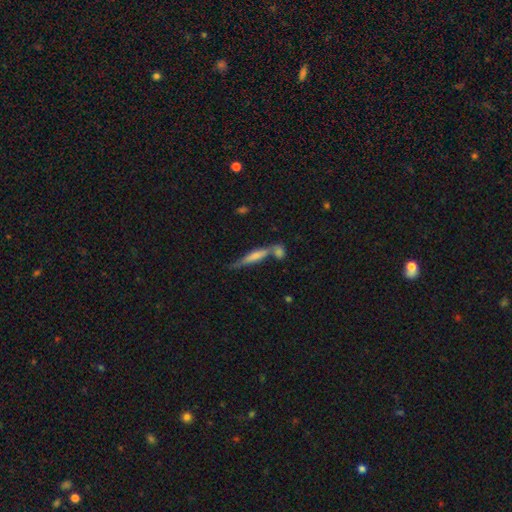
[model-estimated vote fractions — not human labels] A featured or disk galaxy (54%) viewed edge-on (90%).

Vote fractions:
- Smooth or featured? featured or disk: 54% / smooth: 34% / star or artifact: 12%
- Edge-on disk? yes: 90% / no: 10%
- Merging? none: 61% / merger: 23% / minor disturbance: 12% / major disturbance: 5%